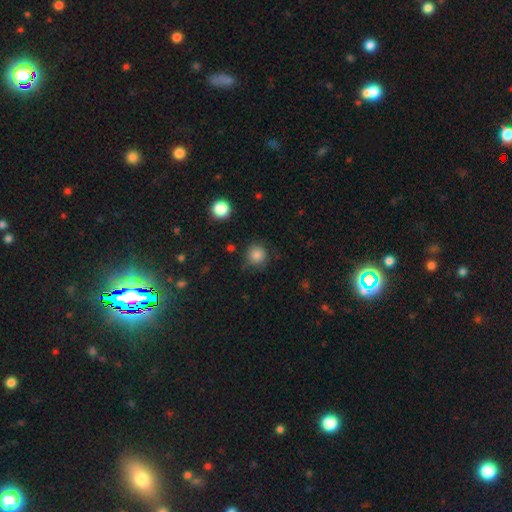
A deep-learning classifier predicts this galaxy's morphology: Smooth or featured? smooth (84%)
How rounded? round (92%)
Merging? none (80%)